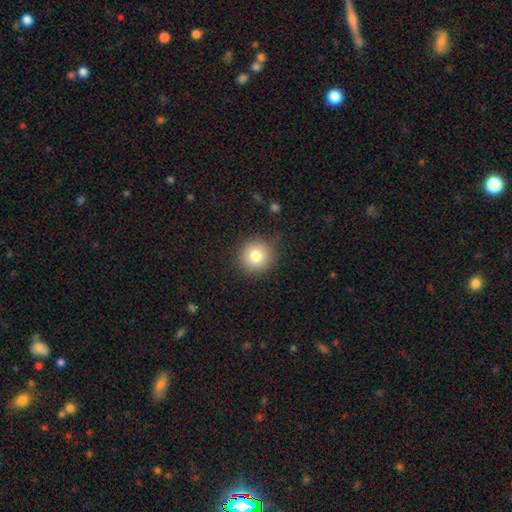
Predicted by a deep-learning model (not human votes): smooth-or-featured: smooth: 80% | star or artifact: 11% | featured or disk: 10%
  how-rounded: round: 94% | in between: 5% | cigar-shaped: 1%
  merging: none: 87% | minor disturbance: 9% | major disturbance: 3% | merger: 1%